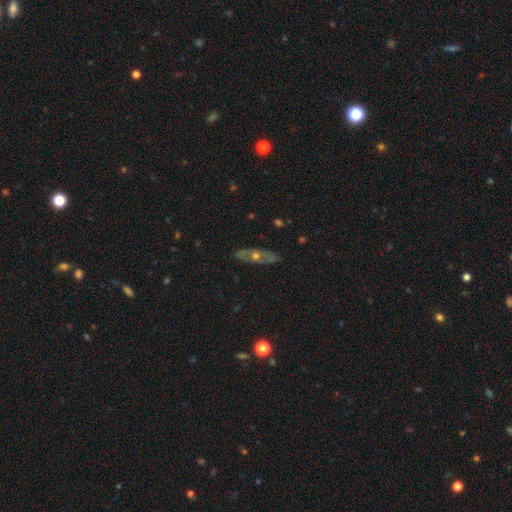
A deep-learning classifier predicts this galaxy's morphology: The model was most divided on "edge-on disk": no: 59%, yes: 41%. More confident: merging — none (84%); smooth or featured — featured or disk (65%).